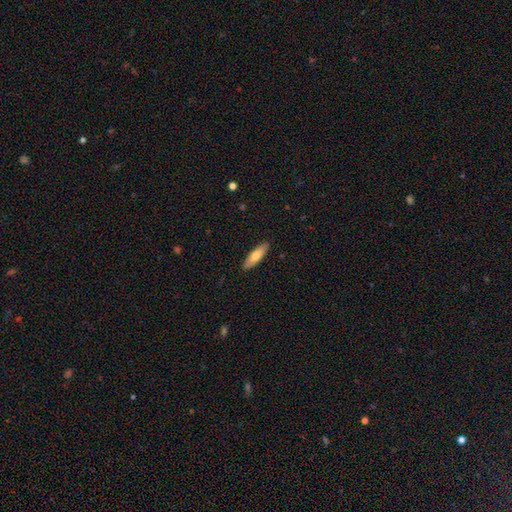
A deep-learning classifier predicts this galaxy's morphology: smooth-or-featured: smooth: 70% | featured or disk: 25% | star or artifact: 5%
  how-rounded: cigar-shaped: 58% | in between: 40% | round: 2%
  merging: none: 90% | minor disturbance: 7% | major disturbance: 1% | merger: 1%